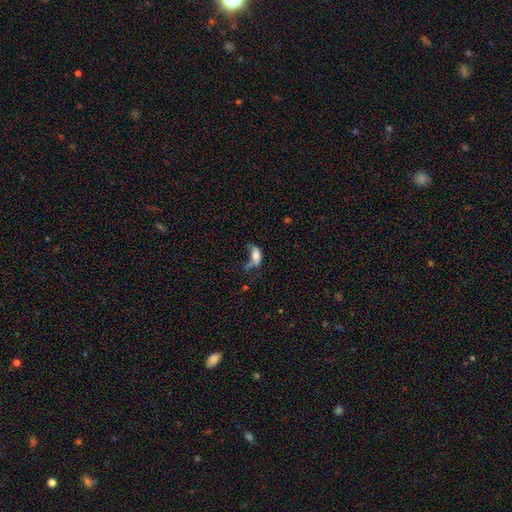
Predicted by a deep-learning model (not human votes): This is likely a smooth galaxy (68%). How rounded: clearly in between (86%). Merging: possibly major disturbance (45%).